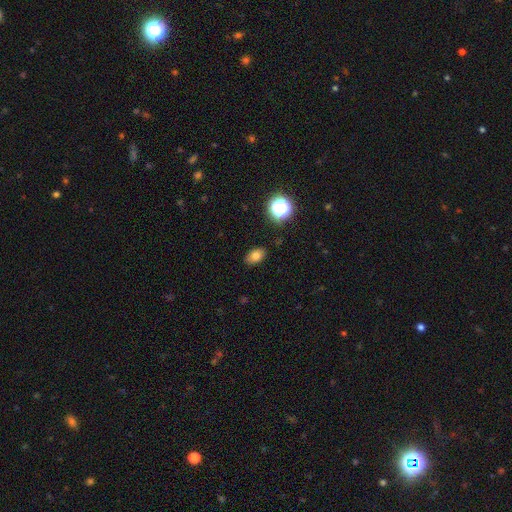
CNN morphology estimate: smooth-or-featured: smooth: 77% | star or artifact: 13% | featured or disk: 10%
  how-rounded: in between: 83% | round: 15% | cigar-shaped: 1%
  merging: none: 86% | minor disturbance: 10% | major disturbance: 2% | merger: 1%